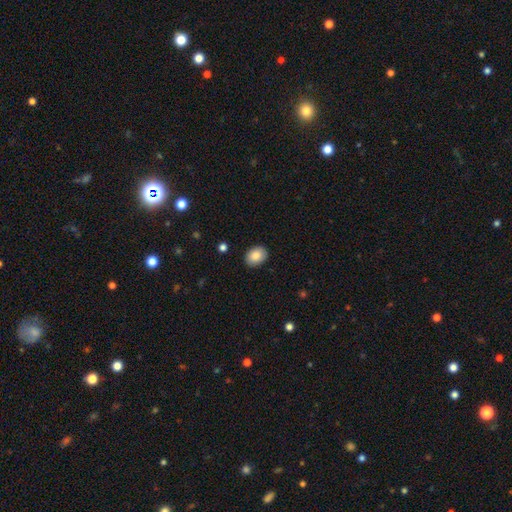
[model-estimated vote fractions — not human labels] A smooth galaxy with no disk features (87%) that is in between round and cigar-shaped (69%). Merging: none (89%).